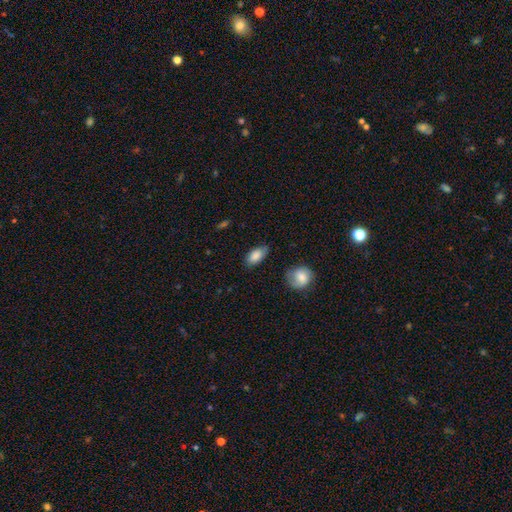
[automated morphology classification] type=smooth (86%); roundness=in between (92%); merging=none (73%).